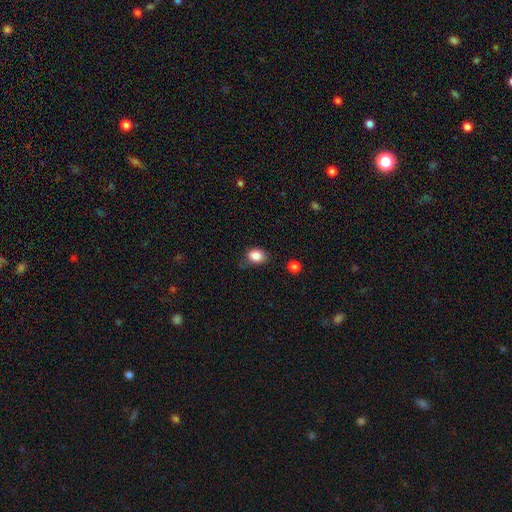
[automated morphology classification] smooth-or-featured: smooth: 86% | star or artifact: 9% | featured or disk: 5%
  how-rounded: in between: 62% | round: 37% | cigar-shaped: 1%
  merging: none: 70% | minor disturbance: 22% | major disturbance: 5% | merger: 2%